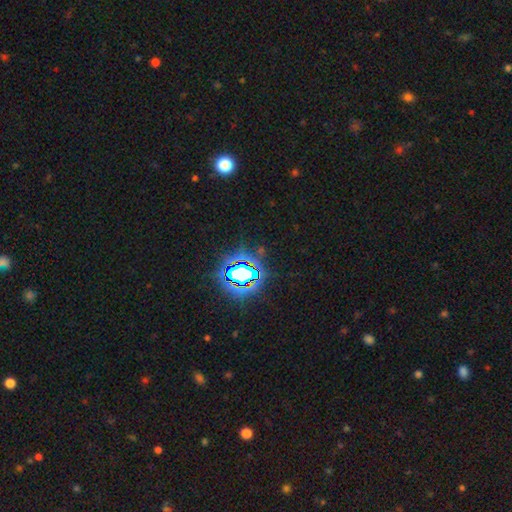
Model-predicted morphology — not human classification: Smooth or featured?
  - star or artifact: 81% *
  - smooth: 12%
  - featured or disk: 7%